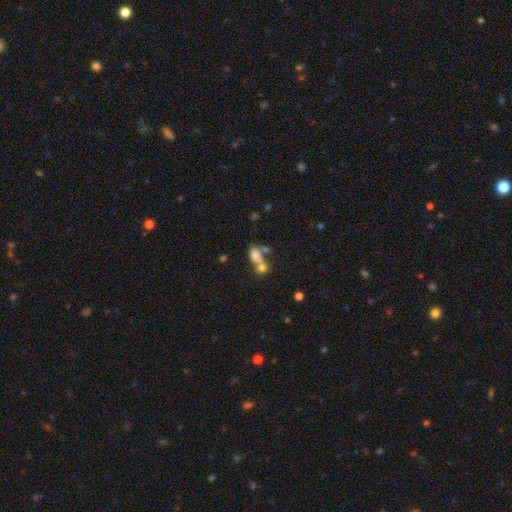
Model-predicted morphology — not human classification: smooth-or-featured: smooth: 69% | featured or disk: 19% | star or artifact: 13%
  how-rounded: in between: 67% | round: 30% | cigar-shaped: 3%
  merging: merger: 60% | none: 25% | minor disturbance: 8% | major disturbance: 6%